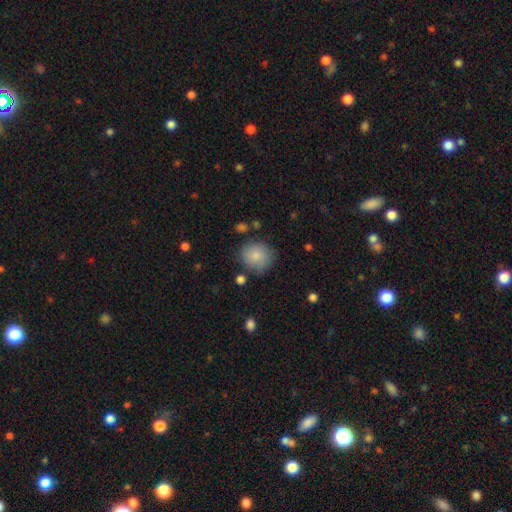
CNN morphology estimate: This appears to be a smooth galaxy with no disk features (85%) that is round (84%). Merging: none (77%).